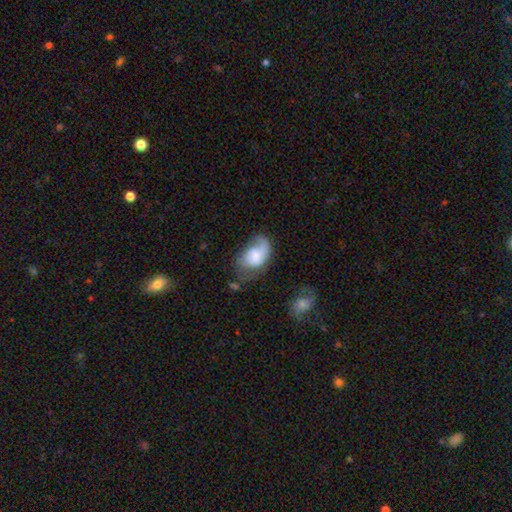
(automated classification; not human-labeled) This is possibly a smooth galaxy (47%). Merging: marginally none (36%).